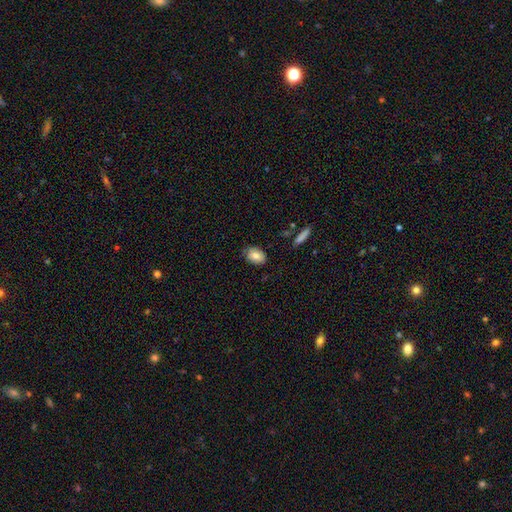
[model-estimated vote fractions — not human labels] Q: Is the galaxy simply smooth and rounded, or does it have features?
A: smooth — 80%.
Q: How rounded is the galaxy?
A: in between — 86%.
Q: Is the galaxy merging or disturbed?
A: none — 80%.